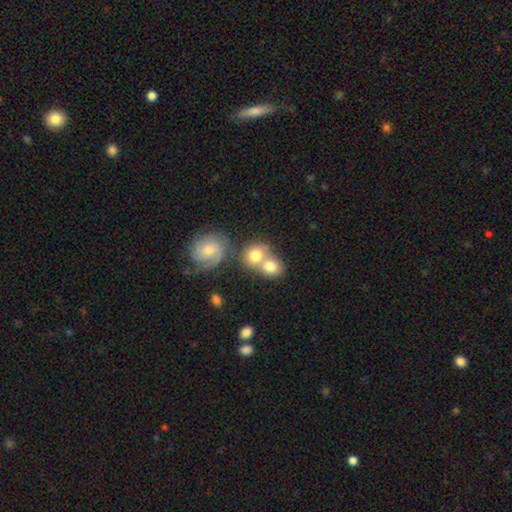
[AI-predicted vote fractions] smooth_or_featured: smooth (p=0.66) [alt: featured or disk p=0.25]
how_rounded: round (p=0.69) [alt: in between p=0.30]
merging: merger (p=0.58) [alt: none p=0.30]